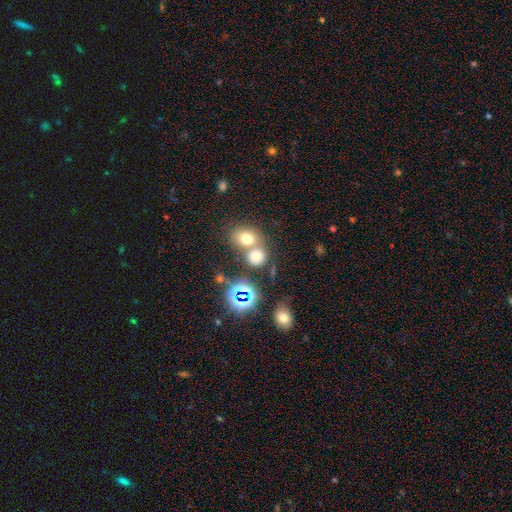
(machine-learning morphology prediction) This is likely a smooth galaxy (65%). How rounded: likely round (65%). Merging: possibly none (51%).